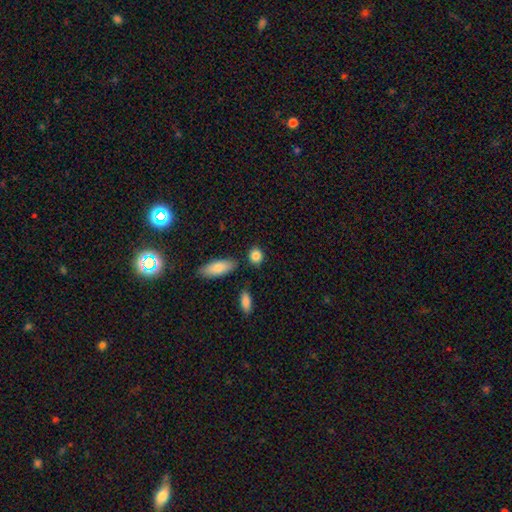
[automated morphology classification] A smooth galaxy with no disk features (87%) that is round (63%). Merging: none (79%).